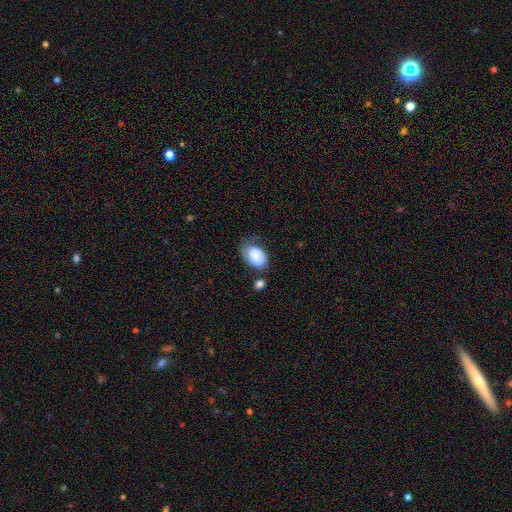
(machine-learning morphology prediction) smooth_or_featured: smooth (p=0.82) [alt: featured or disk p=0.12]
how_rounded: in between (p=0.89) [alt: round p=0.10]
merging: none (p=0.41) [alt: minor disturbance p=0.33]